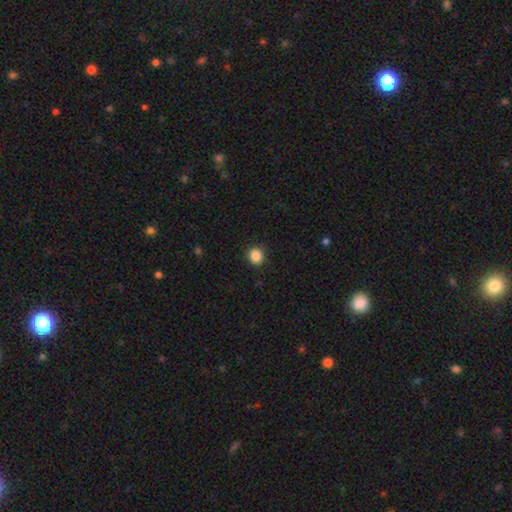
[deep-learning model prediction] Smooth or featured: smooth — 87% (star or artifact — 10%)
How rounded: round — 87% (in between — 12%)
Merging: none — 90% (minor disturbance — 7%)